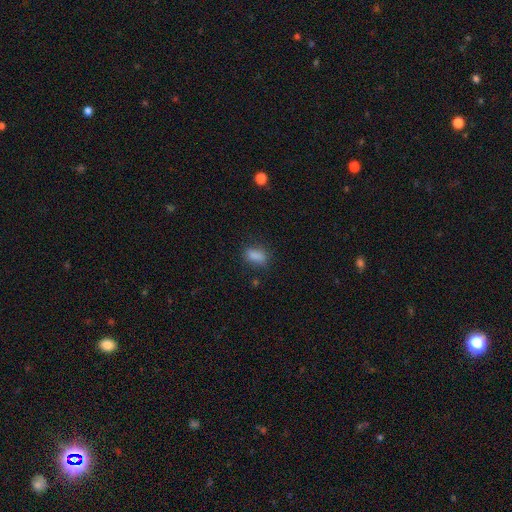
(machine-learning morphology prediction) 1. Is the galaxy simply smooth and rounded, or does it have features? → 84% smooth, 10% star or artifact, 6% featured or disk.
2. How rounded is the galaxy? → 83% in between, 9% cigar-shaped, 7% round.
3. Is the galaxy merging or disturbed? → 75% none, 17% minor disturbance, 6% major disturbance, 2% merger.